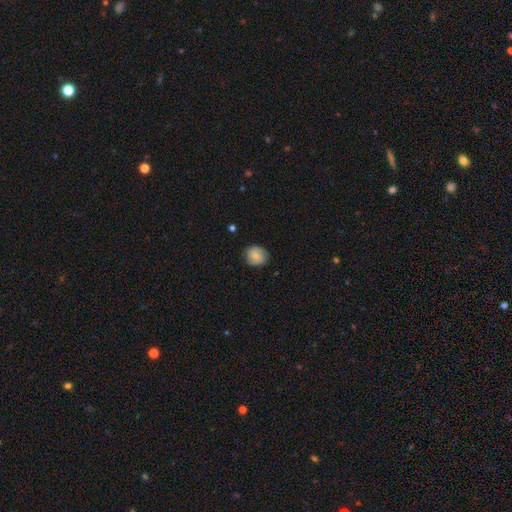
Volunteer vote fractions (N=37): This appears to be a smooth galaxy with no disk features (73%) that is round (74%). Merging: none (86%).